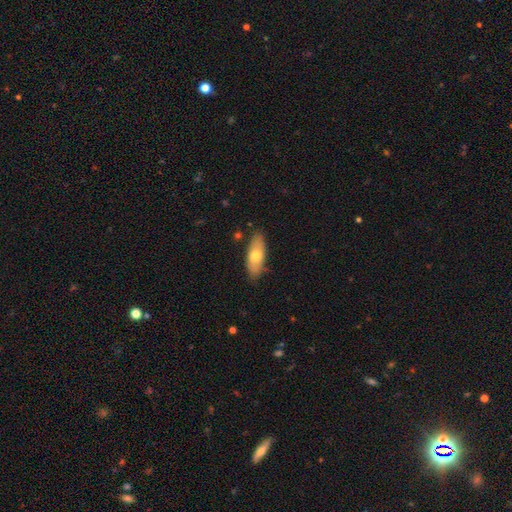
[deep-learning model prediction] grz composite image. It shows a smooth galaxy with no disk features (68%) that is in between round and cigar-shaped (75%). Merging: none (82%).